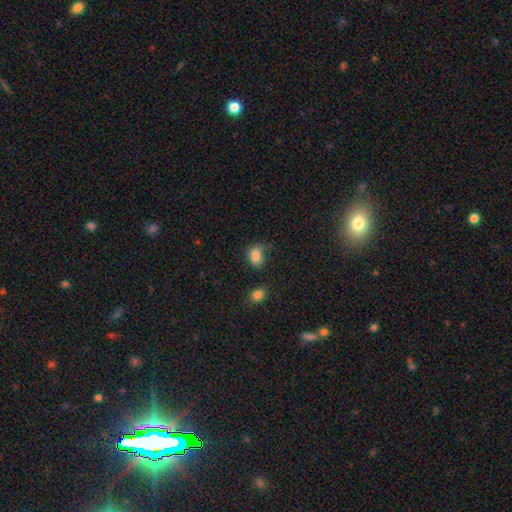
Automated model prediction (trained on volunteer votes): Overall: smooth (85%). How rounded: in between (64%; round 35%). Merging: none (65%).